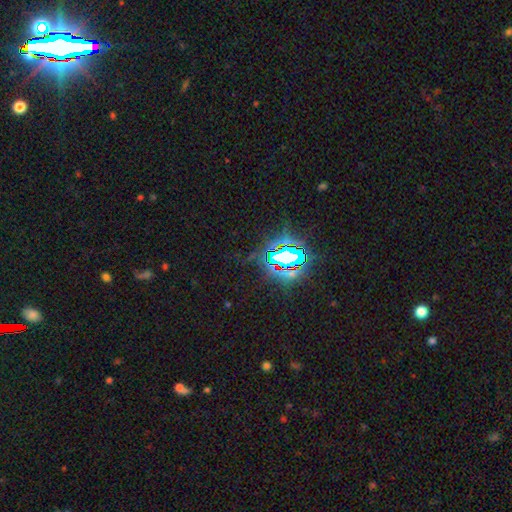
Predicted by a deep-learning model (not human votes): Smooth or featured? star or artifact (80%)